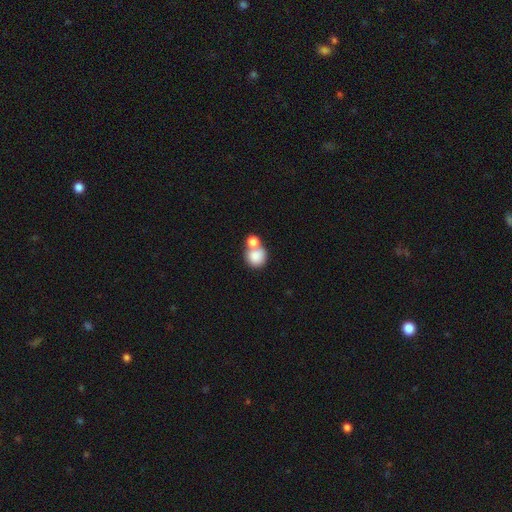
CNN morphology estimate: Q: Smooth or featured?
A: smooth (81%); runner-up: featured or disk (10%)
Q: How rounded?
A: round (82%); runner-up: in between (17%)
Q: Merging?
A: merger (52%); runner-up: none (35%)